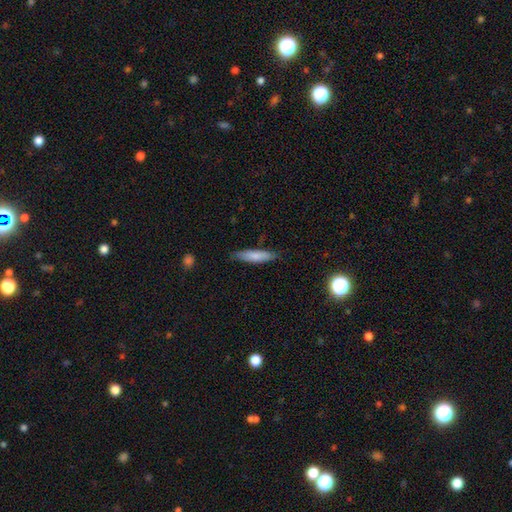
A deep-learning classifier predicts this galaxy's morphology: The model was most divided on "how rounded": cigar-shaped: 74%, in between: 25%, round: 1%. More confident: merging — none (81%); smooth or featured — smooth (79%).